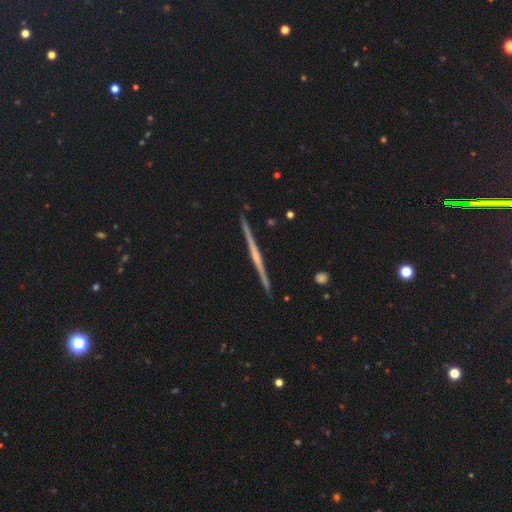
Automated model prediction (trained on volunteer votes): Smooth or featured: featured or disk — 79% (smooth — 15%)
Edge-on disk: yes — 99% (no — 1%)
Edge-on bulge: none — 47% (rounded — 44%)
Merging: none — 93% (minor disturbance — 5%)